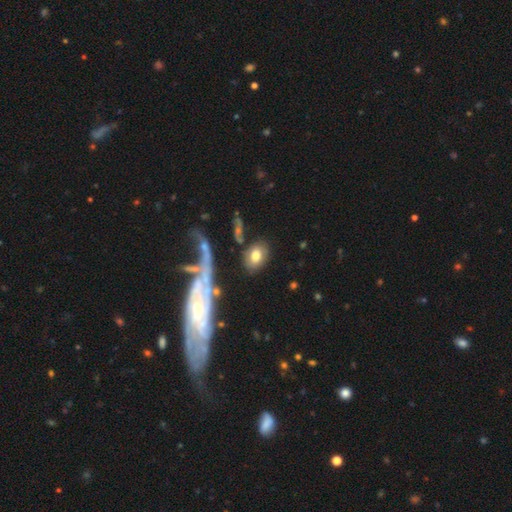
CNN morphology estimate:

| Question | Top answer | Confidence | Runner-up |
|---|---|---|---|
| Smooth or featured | smooth | 72% | featured or disk (21%) |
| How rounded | in between | 70% | round (28%) |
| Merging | none | 73% | minor disturbance (13%) |